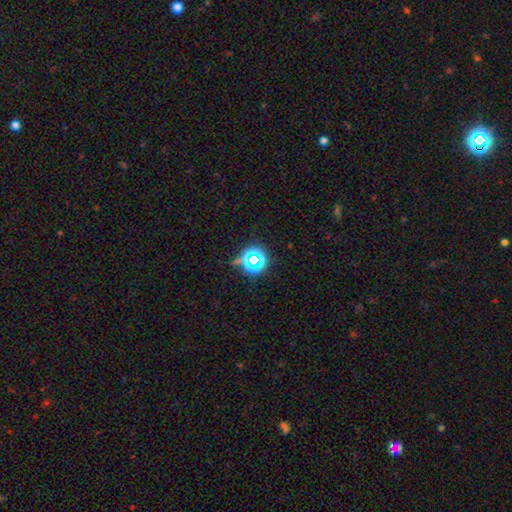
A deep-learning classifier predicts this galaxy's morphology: Q: Smooth or featured?
A: star or artifact (63%); runner-up: smooth (26%)